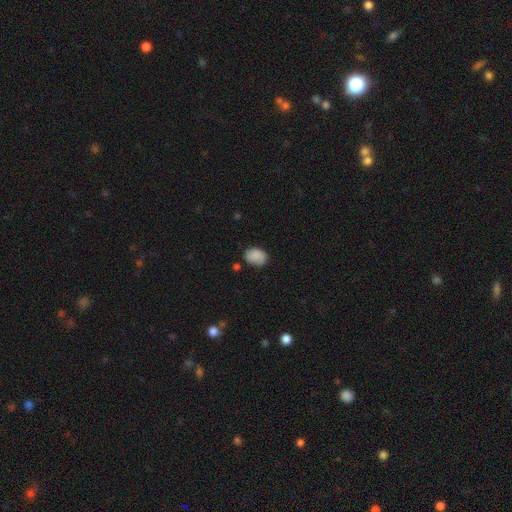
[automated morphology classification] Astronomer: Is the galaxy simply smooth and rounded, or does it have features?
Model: smooth — 85%.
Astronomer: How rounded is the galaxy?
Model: in between — 69%.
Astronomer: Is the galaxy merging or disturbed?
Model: none — 68%.